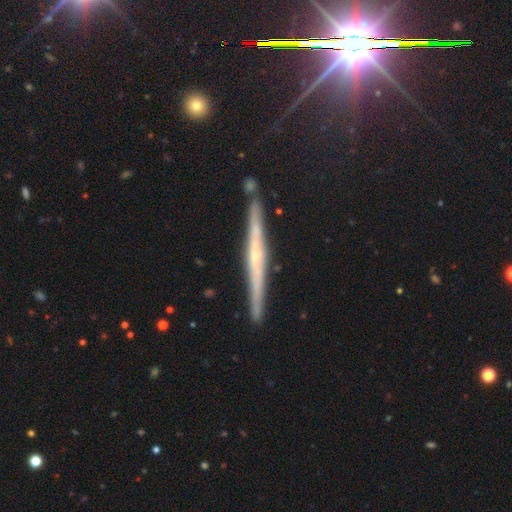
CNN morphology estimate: This appears to be a featured or disk galaxy (73%) viewed edge-on (97%) with no central bulge (49%). Merging: none (88%).